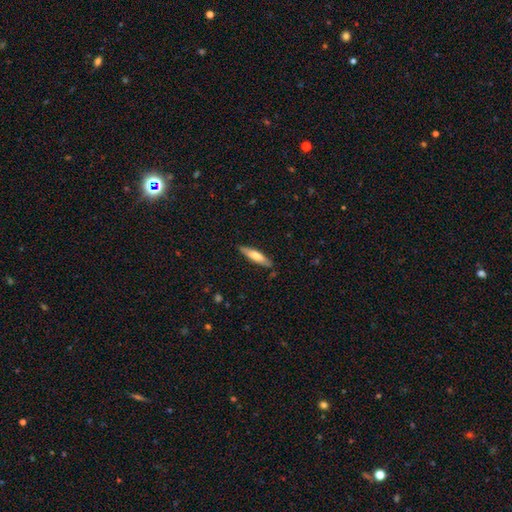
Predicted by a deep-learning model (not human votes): Morphology: type=smooth (65%); roundness=cigar-shaped (78%); merging=none (85%).